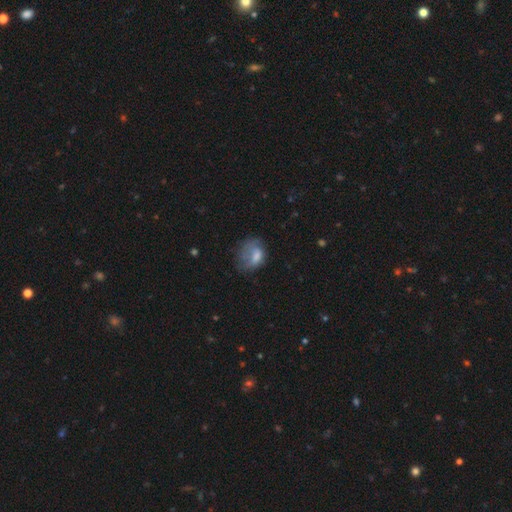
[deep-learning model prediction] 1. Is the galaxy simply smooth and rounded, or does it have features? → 61% smooth, 30% featured or disk, 9% star or artifact.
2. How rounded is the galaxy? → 67% in between, 32% round, 1% cigar-shaped.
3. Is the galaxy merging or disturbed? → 37% major disturbance, 31% none, 29% minor disturbance, 3% merger.